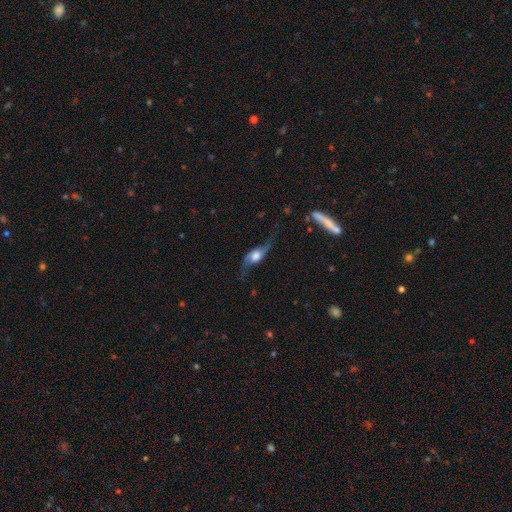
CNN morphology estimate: Smooth or featured?
  - featured or disk: 70% *
  - smooth: 23%
  - star or artifact: 8%
Edge-on disk?
  - no: 63% *
  - yes: 37%
Merging?
  - none: 56% *
  - minor disturbance: 22%
  - major disturbance: 19%
  - merger: 3%